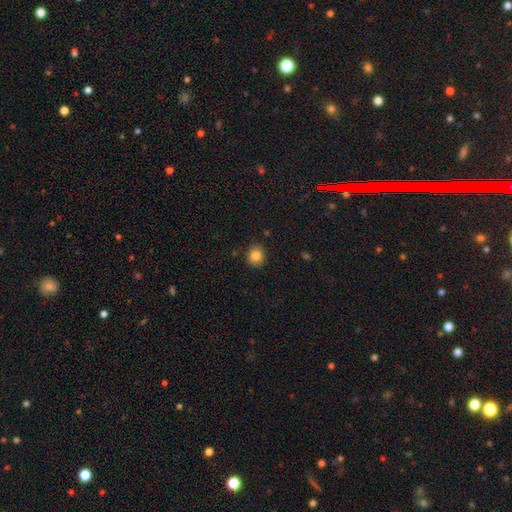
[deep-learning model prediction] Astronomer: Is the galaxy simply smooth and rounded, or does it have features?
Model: smooth — 84%.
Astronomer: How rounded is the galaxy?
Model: round — 71%.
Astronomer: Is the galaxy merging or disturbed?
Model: none — 86%.